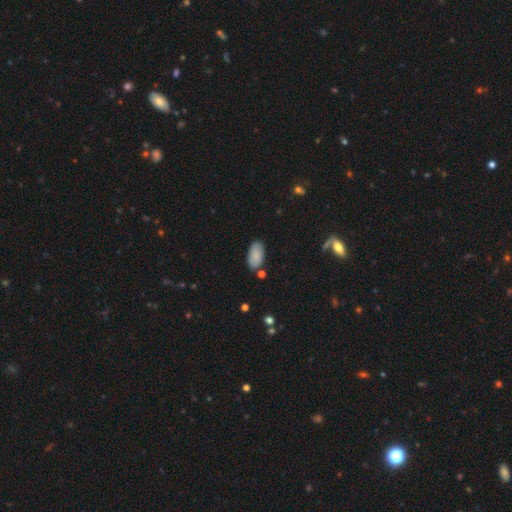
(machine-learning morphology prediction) Smooth or featured? Predicted: smooth (p=0.83). How rounded? Predicted: in between (p=0.95). Merging? Predicted: none (p=0.79).